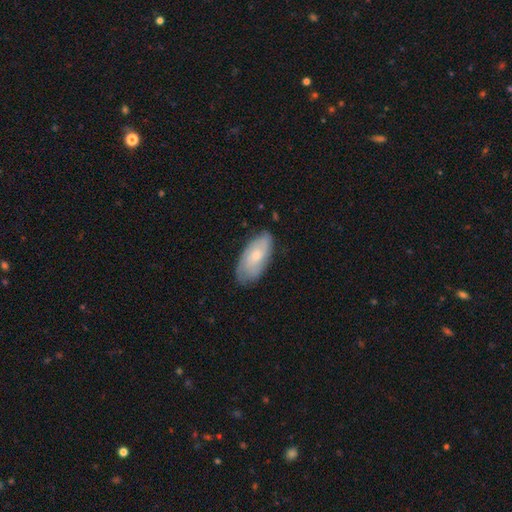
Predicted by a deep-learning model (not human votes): The model was most divided on "smooth or featured": smooth: 52%, featured or disk: 42%, star or artifact: 6%. More confident: how rounded — in between (89%); merging — none (75%).